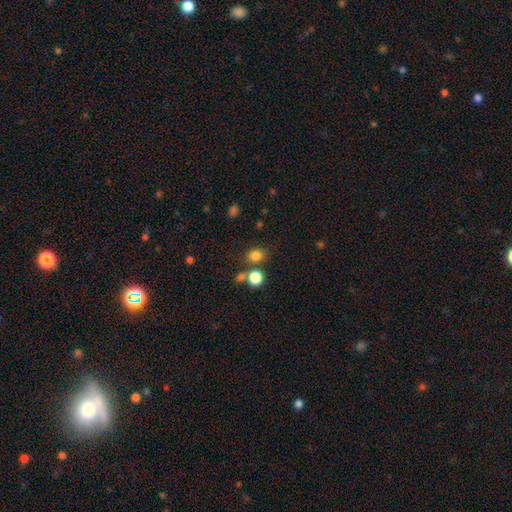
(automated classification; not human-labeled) Smooth or featured: smooth — 80% (star or artifact — 14%)
How rounded: round — 64% (in between — 35%)
Merging: none — 73% (merger — 13%)